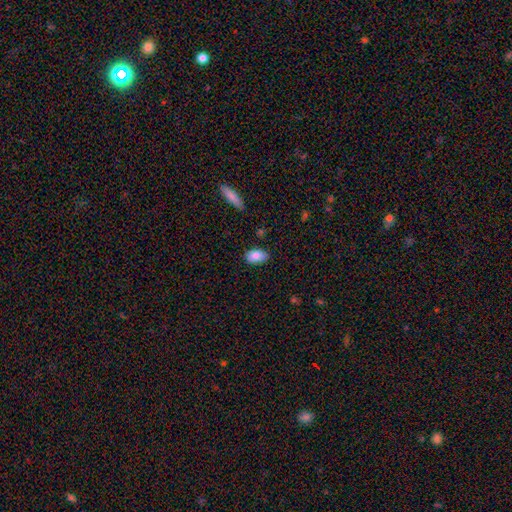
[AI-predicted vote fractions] The model was most divided on "merging": none: 78%, minor disturbance: 17%, major disturbance: 3%, merger: 2%. More confident: how rounded — in between (92%); smooth or featured — smooth (85%).